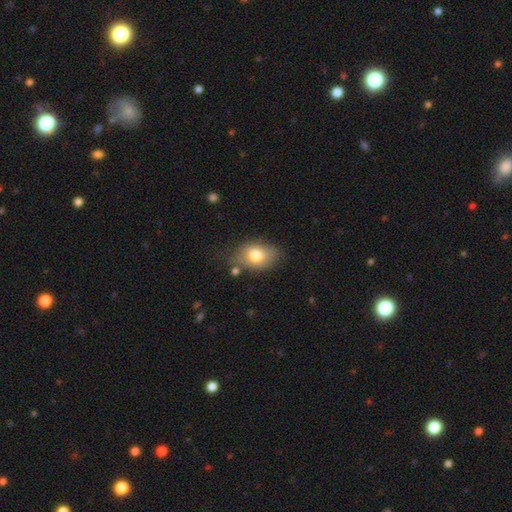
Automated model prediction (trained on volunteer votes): A smooth galaxy with no disk features (78%) that is in between round and cigar-shaped (80%). Merging: none (68%).